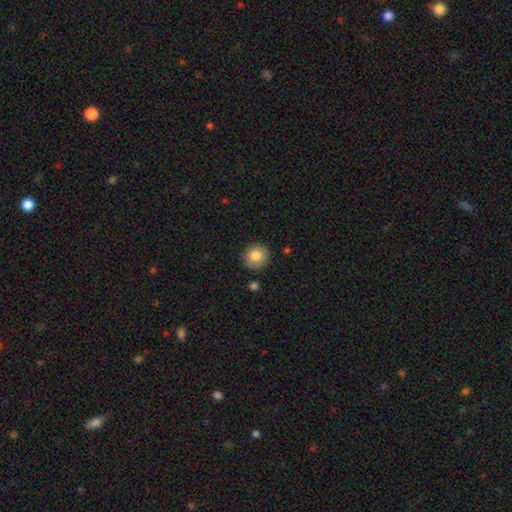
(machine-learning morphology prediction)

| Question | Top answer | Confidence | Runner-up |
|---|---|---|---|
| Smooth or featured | smooth | 83% | featured or disk (9%) |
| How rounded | round | 89% | in between (10%) |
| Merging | none | 88% | minor disturbance (9%) |